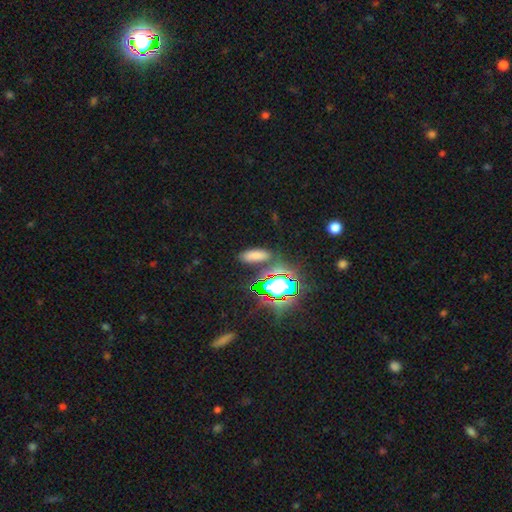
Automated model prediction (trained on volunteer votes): smooth 65%, star or artifact 27%, featured or disk 8%. Down the decision tree: how rounded — in between (74%); merging — none (82%).